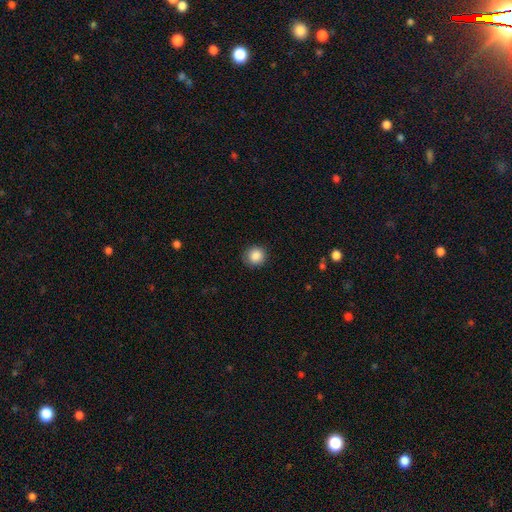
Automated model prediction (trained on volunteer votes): smooth-or-featured: smooth: 88% | star or artifact: 9% | featured or disk: 3%
  how-rounded: round: 91% | in between: 8% | cigar-shaped: 1%
  merging: none: 88% | minor disturbance: 9% | major disturbance: 2% | merger: 1%